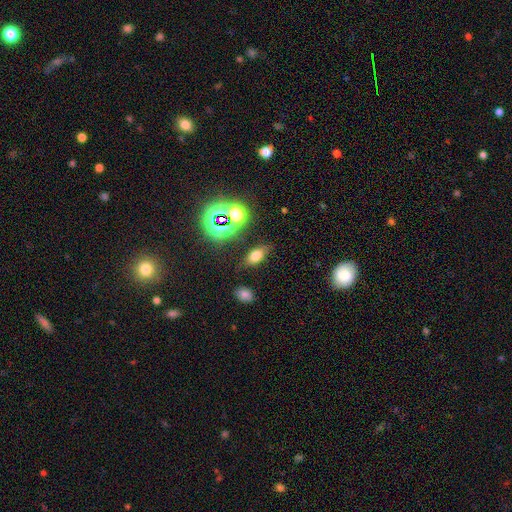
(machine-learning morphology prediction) Smooth or featured? Predicted: smooth (p=0.64). How rounded? Predicted: in between (p=0.82). Merging? Predicted: none (p=0.82).